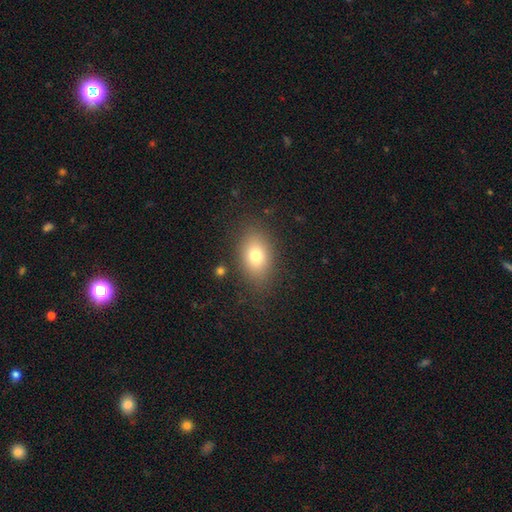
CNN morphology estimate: smooth-or-featured: smooth: 76% | featured or disk: 13% | star or artifact: 11%
  how-rounded: in between: 79% | round: 19% | cigar-shaped: 2%
  merging: none: 82% | minor disturbance: 12% | major disturbance: 5% | merger: 2%